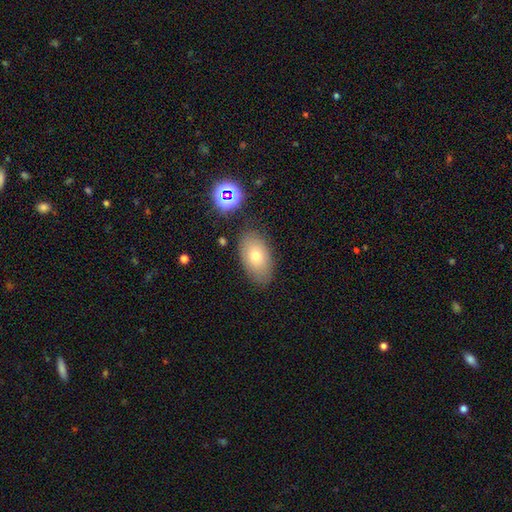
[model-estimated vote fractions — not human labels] Morphology: type=smooth (72%); roundness=in between (91%); merging=none (83%).